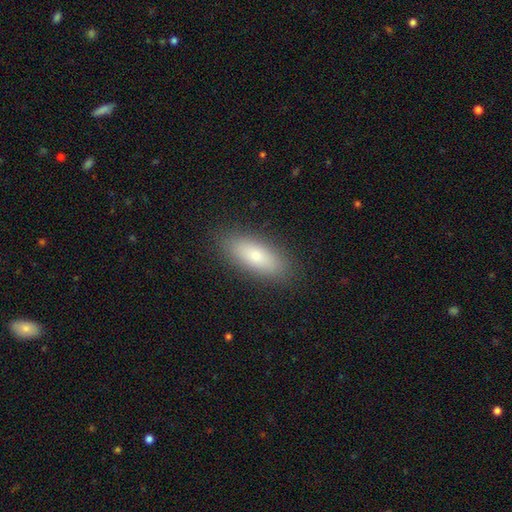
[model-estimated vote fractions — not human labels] A smooth galaxy with no disk features (74%) that is in between round and cigar-shaped (70%). Merging: none (88%).